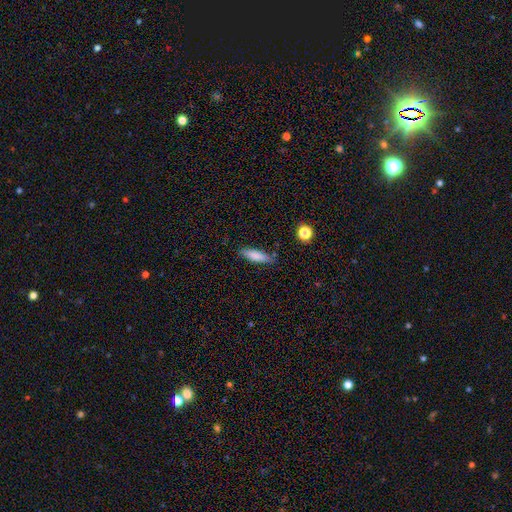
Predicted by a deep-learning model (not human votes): smooth-or-featured: smooth: 79% | featured or disk: 14% | star or artifact: 7%
  how-rounded: cigar-shaped: 63% | in between: 35% | round: 2%
  merging: none: 81% | minor disturbance: 14% | major disturbance: 3% | merger: 3%